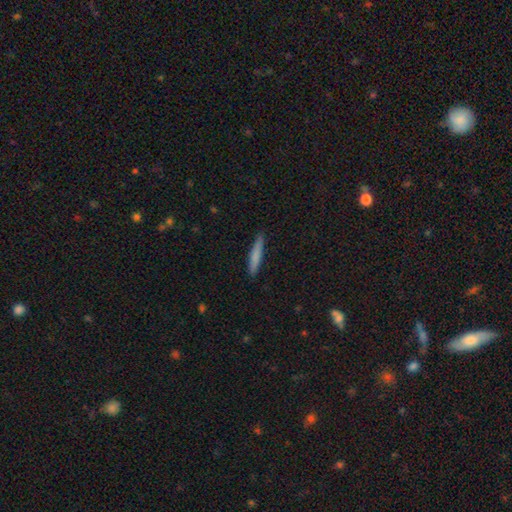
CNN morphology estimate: Q: Smooth or featured?
A: smooth (77%); runner-up: featured or disk (17%)
Q: How rounded?
A: cigar-shaped (93%); runner-up: in between (6%)
Q: Merging?
A: none (87%); runner-up: minor disturbance (10%)